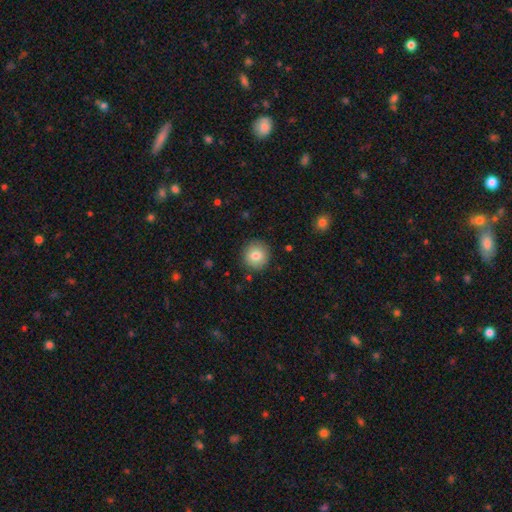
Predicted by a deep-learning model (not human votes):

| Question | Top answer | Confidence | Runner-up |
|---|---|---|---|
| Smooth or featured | smooth | 81% | featured or disk (10%) |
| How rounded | round | 93% | in between (6%) |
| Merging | none | 90% | minor disturbance (7%) |